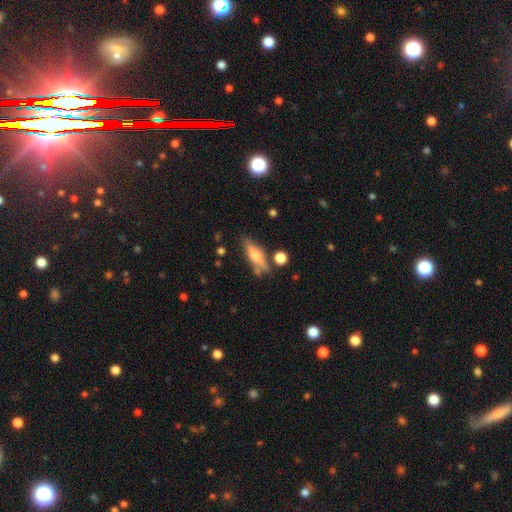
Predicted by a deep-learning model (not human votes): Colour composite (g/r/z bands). It shows a smooth galaxy with no disk features (56%) that is cigar-shaped (56%). Merging: none (71%).